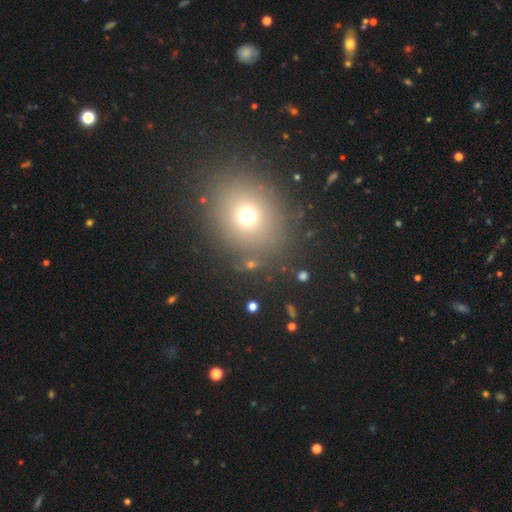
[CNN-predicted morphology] This is likely a smooth galaxy (65%). How rounded: likely round (64%). Merging: clearly none (87%).